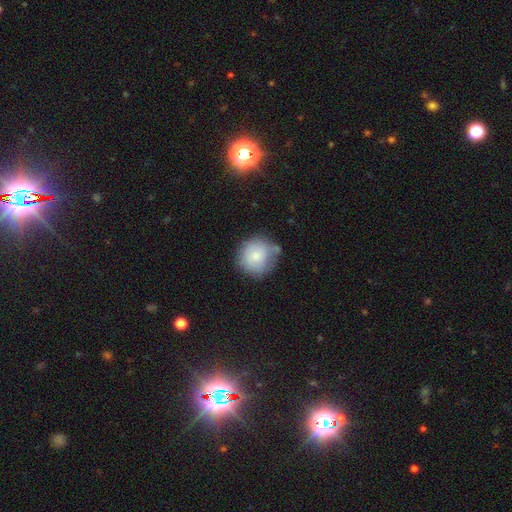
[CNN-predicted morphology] Q: Smooth or featured?
A: smooth (78%); runner-up: featured or disk (15%)
Q: How rounded?
A: round (91%); runner-up: in between (8%)
Q: Merging?
A: none (61%); runner-up: minor disturbance (25%)